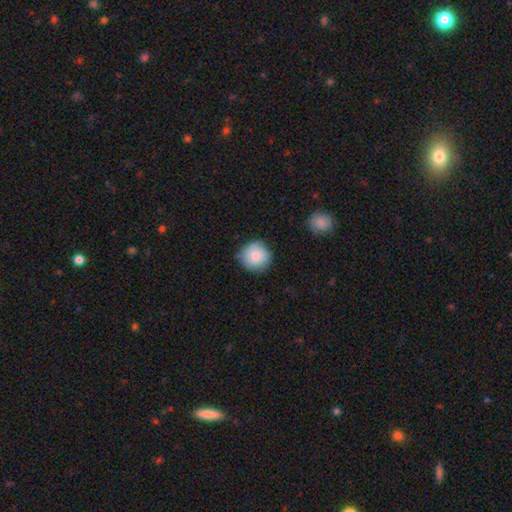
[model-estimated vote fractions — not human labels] smooth-or-featured: smooth: 81% | featured or disk: 12% | star or artifact: 8%
  how-rounded: round: 93% | in between: 6% | cigar-shaped: 1%
  merging: none: 77% | minor disturbance: 18% | major disturbance: 3% | merger: 2%